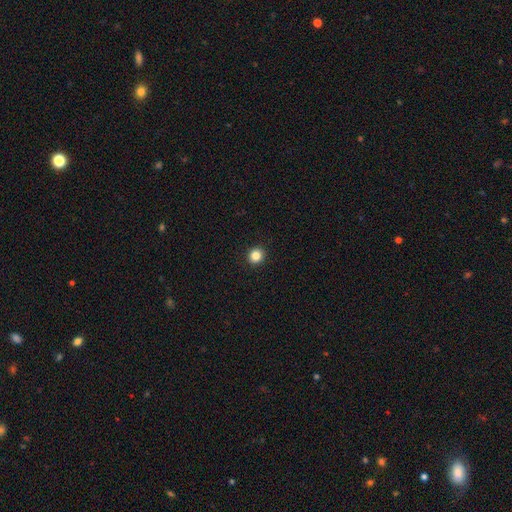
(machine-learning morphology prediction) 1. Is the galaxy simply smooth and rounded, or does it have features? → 85% smooth, 11% star or artifact, 4% featured or disk.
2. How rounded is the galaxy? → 90% round, 9% in between, 1% cigar-shaped.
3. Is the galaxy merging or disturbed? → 93% none, 4% minor disturbance, 1% major disturbance, 1% merger.